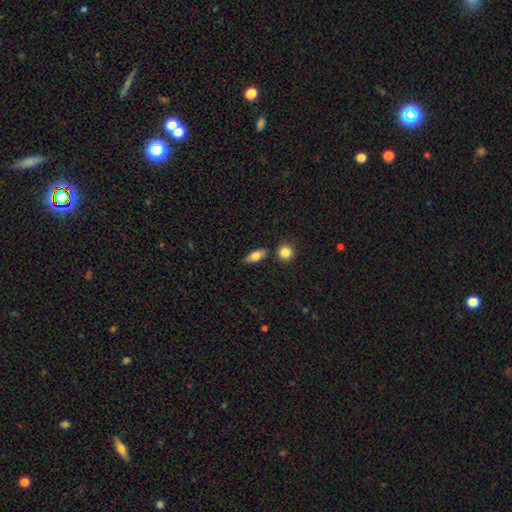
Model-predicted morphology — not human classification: Smooth or featured? Predicted: smooth (p=0.75). How rounded? Predicted: in between (p=0.76). Merging? Predicted: none (p=0.78).